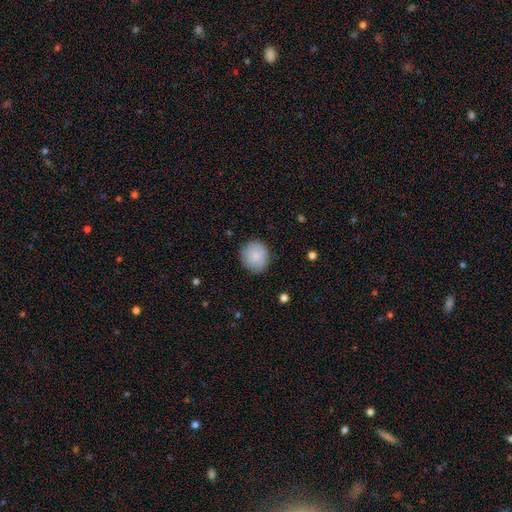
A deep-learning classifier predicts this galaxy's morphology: This is clearly a smooth galaxy (85%). How rounded: clearly round (86%). Merging: clearly none (85%).